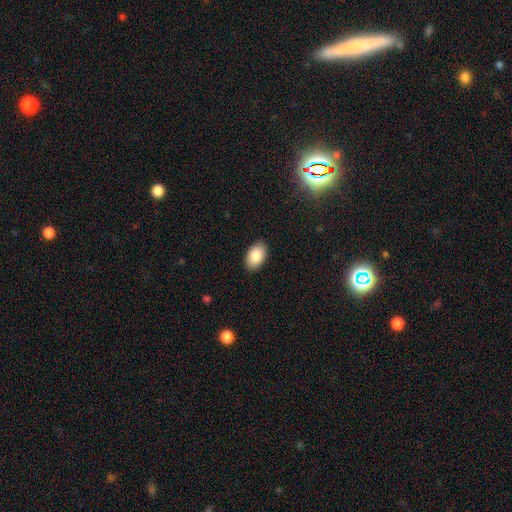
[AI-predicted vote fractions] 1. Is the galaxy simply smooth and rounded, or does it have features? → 87% smooth, 7% star or artifact, 6% featured or disk.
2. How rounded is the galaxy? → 92% in between, 7% round, 1% cigar-shaped.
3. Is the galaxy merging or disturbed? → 89% none, 8% minor disturbance, 2% major disturbance, 1% merger.